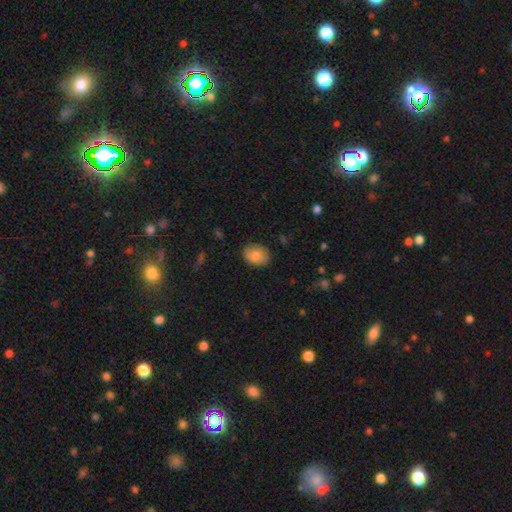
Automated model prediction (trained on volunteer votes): Smooth or featured: smooth — 83% (featured or disk — 10%)
How rounded: in between — 57% (round — 43%)
Merging: none — 80% (minor disturbance — 16%)